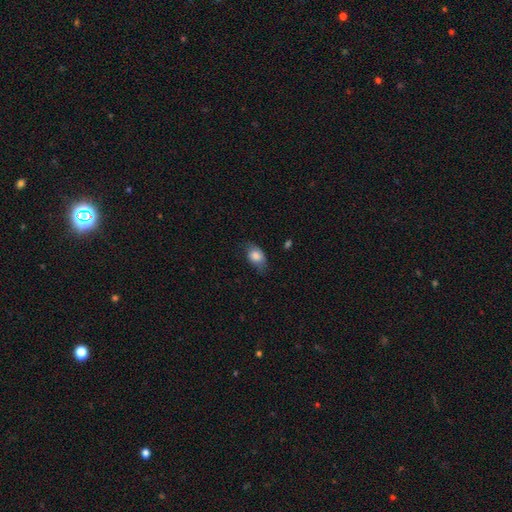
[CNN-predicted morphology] Smooth or featured? Predicted: smooth (p=0.80). How rounded? Predicted: in between (p=0.81). Merging? Predicted: none (p=0.62).